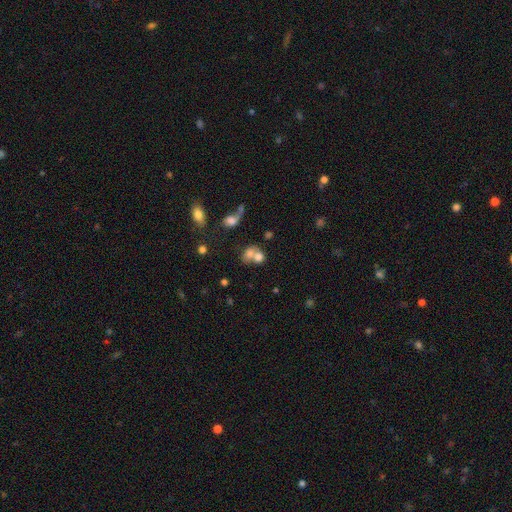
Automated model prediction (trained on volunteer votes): Q: Smooth or featured?
A: smooth (70%); runner-up: featured or disk (17%)
Q: How rounded?
A: round (52%); runner-up: in between (47%)
Q: Merging?
A: merger (61%); runner-up: none (24%)